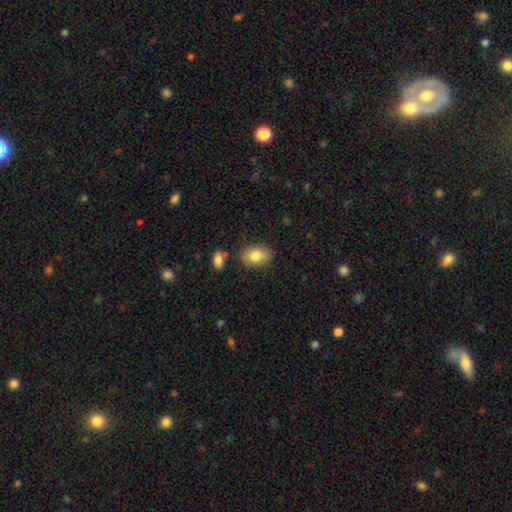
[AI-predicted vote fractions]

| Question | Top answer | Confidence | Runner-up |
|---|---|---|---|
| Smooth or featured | smooth | 81% | featured or disk (12%) |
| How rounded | in between | 77% | round (21%) |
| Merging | none | 82% | minor disturbance (11%) |